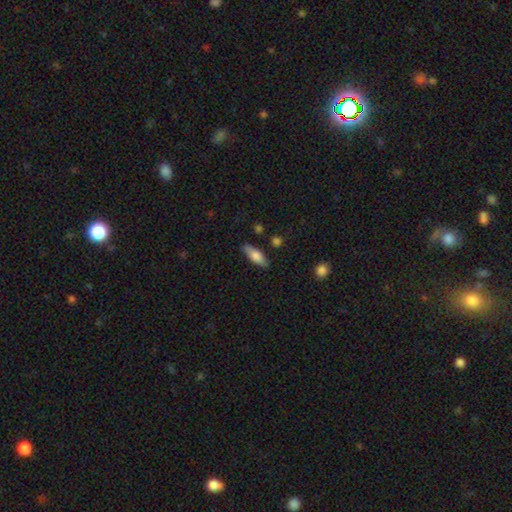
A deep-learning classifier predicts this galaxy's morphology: Smooth or featured? smooth (72%)
How rounded? in between (61%)
Merging? none (81%)